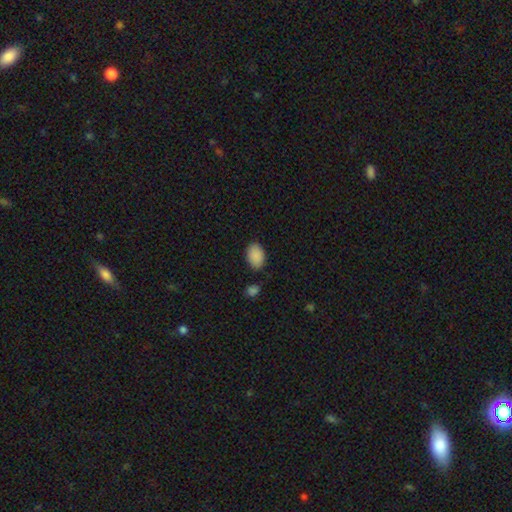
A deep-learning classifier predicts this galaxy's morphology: Smooth or featured: smooth — 90% (star or artifact — 7%)
How rounded: in between — 87% (round — 12%)
Merging: none — 77% (minor disturbance — 16%)